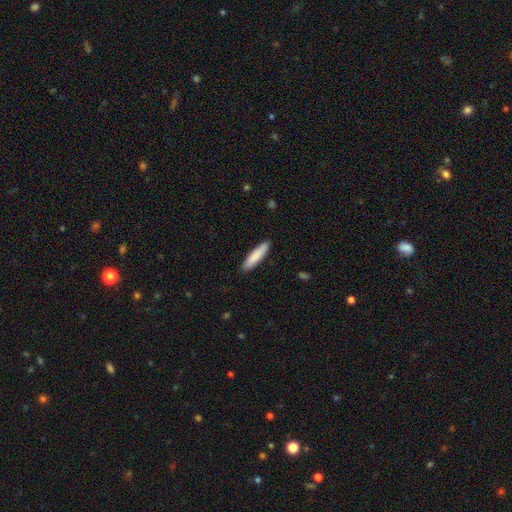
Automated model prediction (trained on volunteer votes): Smooth or featured? smooth (86%)
How rounded? cigar-shaped (79%)
Merging? none (89%)